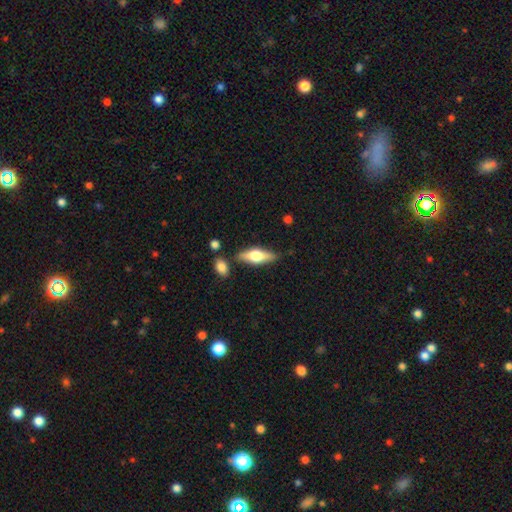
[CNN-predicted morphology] This is possibly a featured or disk galaxy (51%). It is clearly viewed edge-on (91%). Merging: likely none (79%).